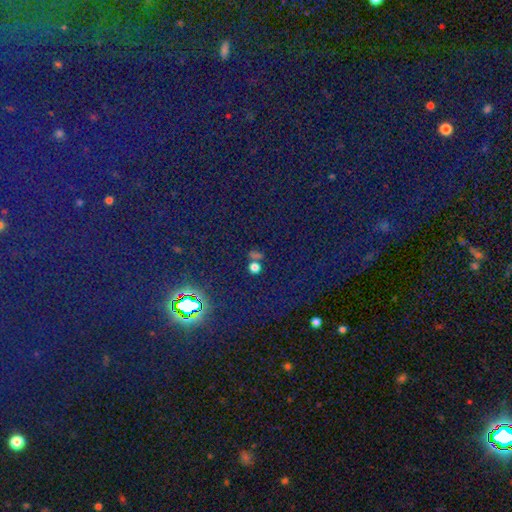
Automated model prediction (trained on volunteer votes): Smooth or featured? Predicted: star or artifact (p=0.71).